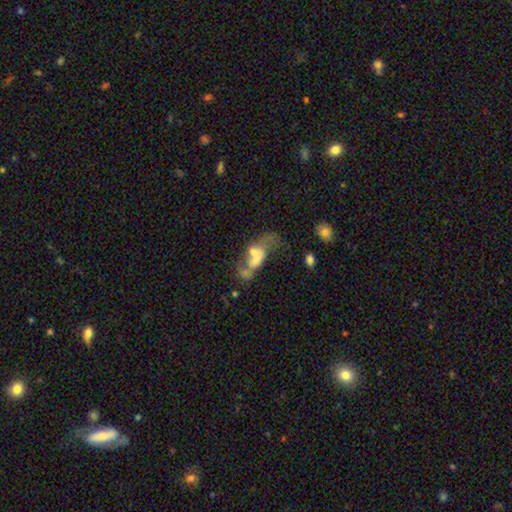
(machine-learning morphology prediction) Smooth or featured: featured or disk — 46% (smooth — 42%)
Merging: merger — 49% (major disturbance — 25%)